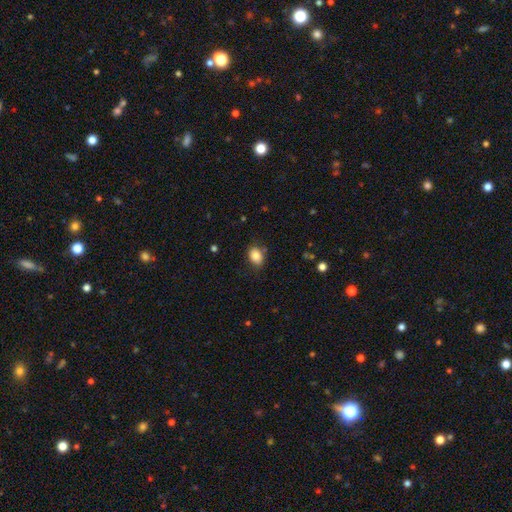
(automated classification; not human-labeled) smooth_or_featured: smooth (p=0.84) [alt: star or artifact p=0.09]
how_rounded: in between (p=0.73) [alt: round p=0.25]
merging: none (p=0.79) [alt: minor disturbance p=0.15]